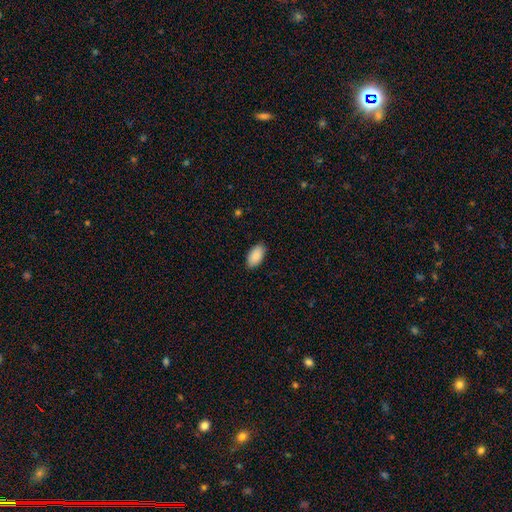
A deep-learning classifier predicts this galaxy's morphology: Q: Smooth or featured?
A: smooth (90%); runner-up: star or artifact (6%)
Q: How rounded?
A: in between (95%); runner-up: round (3%)
Q: Merging?
A: none (88%); runner-up: minor disturbance (9%)